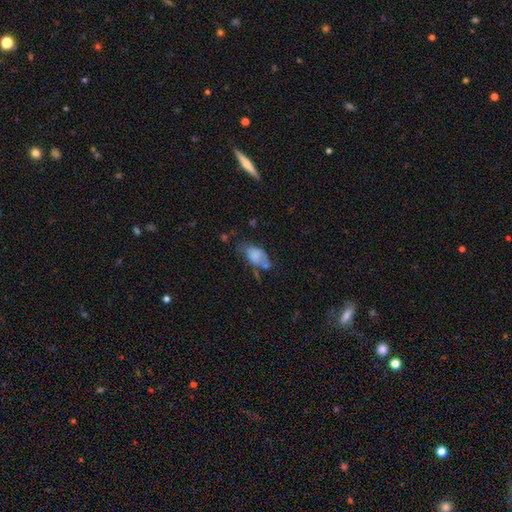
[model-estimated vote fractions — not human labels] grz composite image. It shows a smooth galaxy with no disk features (73%) that is in between round and cigar-shaped (88%). Merging: none (36%).